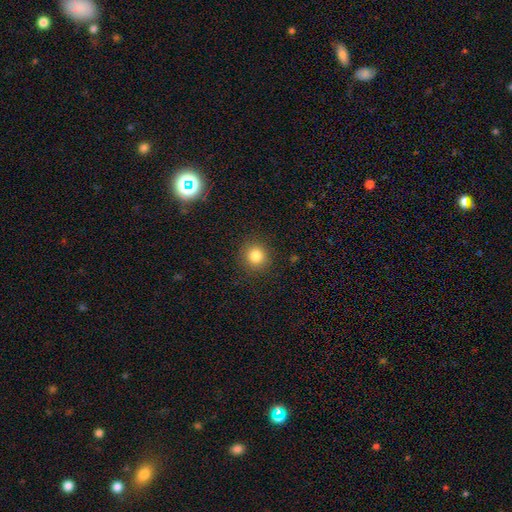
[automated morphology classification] The model was most divided on "smooth or featured": smooth: 84%, star or artifact: 11%, featured or disk: 5%. More confident: how rounded — round (90%); merging — none (89%).